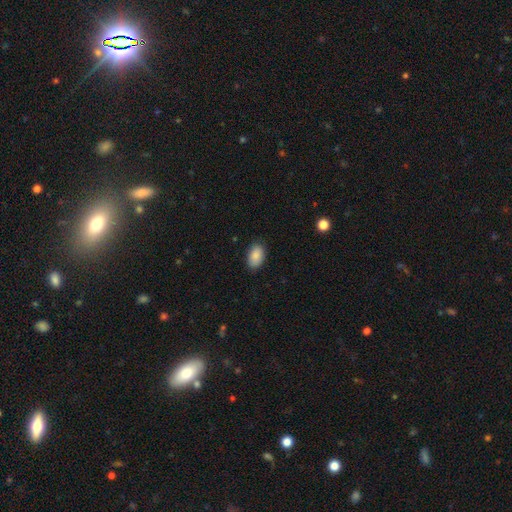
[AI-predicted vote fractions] This appears to be a smooth galaxy with no disk features (88%) that is in between round and cigar-shaped (93%). Merging: none (85%).